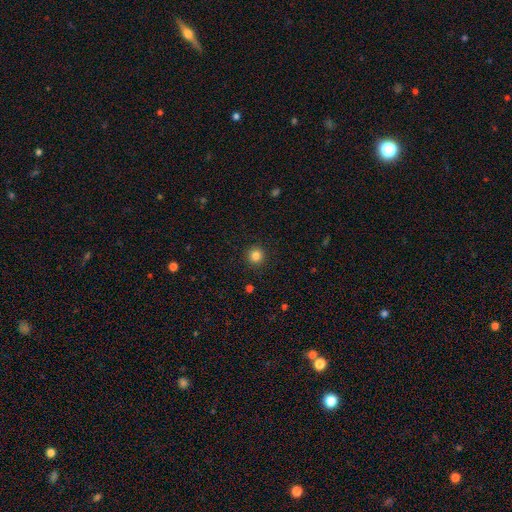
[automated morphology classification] smooth 84%, star or artifact 12%, featured or disk 4%. Down the decision tree: how rounded — round (95%); merging — none (92%).